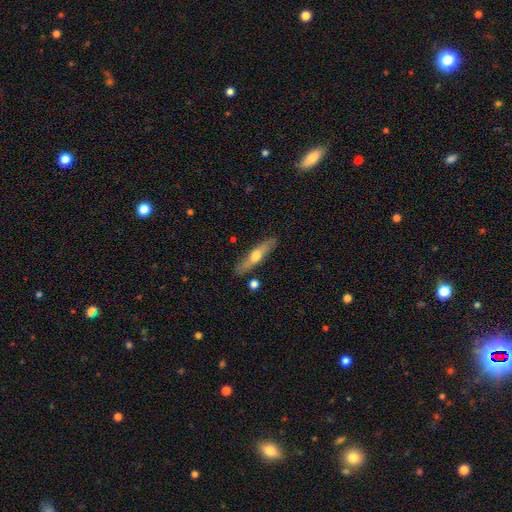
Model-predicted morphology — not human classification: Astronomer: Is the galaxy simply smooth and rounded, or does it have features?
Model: featured or disk — 50% (runner-up: smooth, 44%).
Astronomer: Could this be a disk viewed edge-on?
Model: yes — 83%.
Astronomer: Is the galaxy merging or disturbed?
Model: none — 82%.